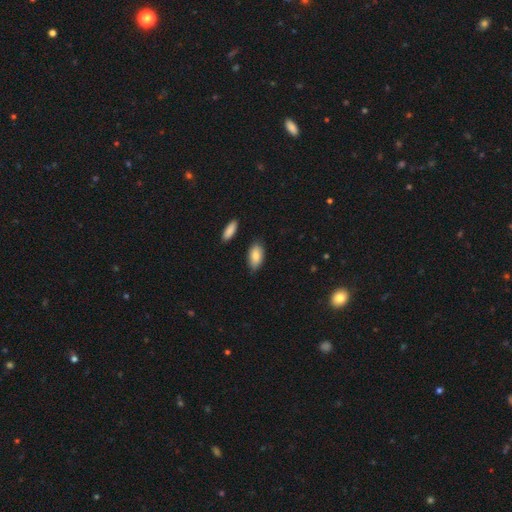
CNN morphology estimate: Smooth or featured? Predicted: smooth (p=0.85). How rounded? Predicted: in between (p=0.92). Merging? Predicted: none (p=0.82).